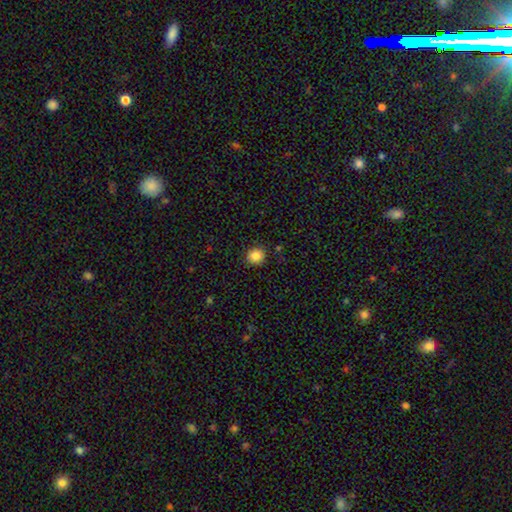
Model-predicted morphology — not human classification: This is clearly a smooth galaxy (86%). How rounded: clearly round (90%). Merging: clearly none (90%).